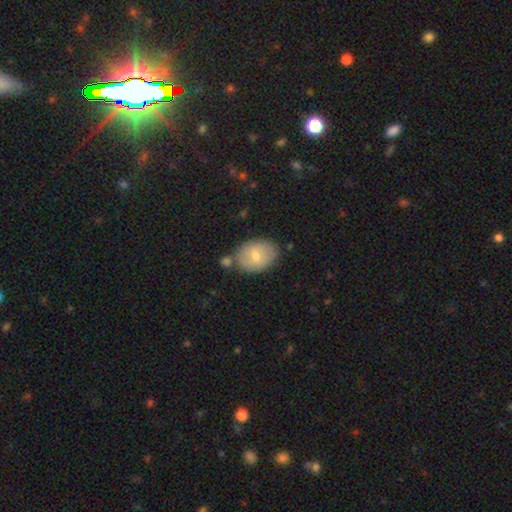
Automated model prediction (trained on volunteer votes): The model was most divided on "smooth or featured": smooth: 67%, featured or disk: 26%, star or artifact: 7%. More confident: how rounded — in between (72%); merging — none (69%).